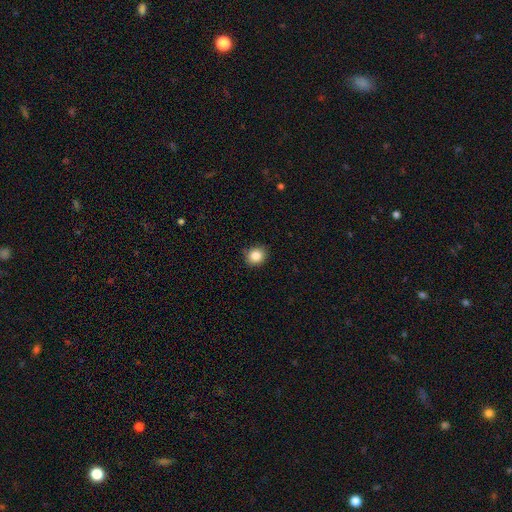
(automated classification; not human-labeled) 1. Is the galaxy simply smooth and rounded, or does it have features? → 85% smooth, 10% star or artifact, 5% featured or disk.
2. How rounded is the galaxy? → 82% round, 17% in between, 1% cigar-shaped.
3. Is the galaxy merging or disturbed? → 88% none, 9% minor disturbance, 2% major disturbance, 1% merger.